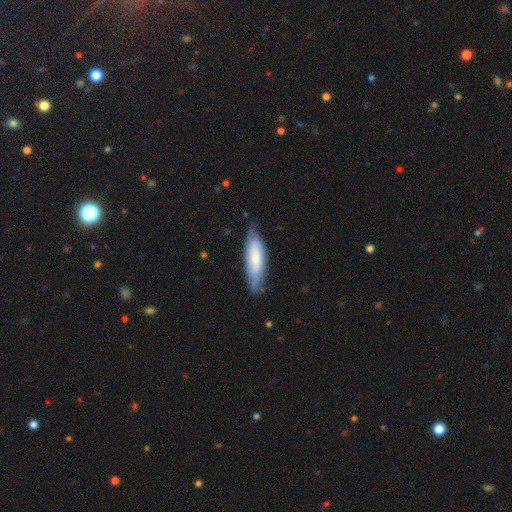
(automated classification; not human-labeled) Q: Smooth or featured?
A: smooth (64%); runner-up: featured or disk (30%)
Q: How rounded?
A: cigar-shaped (59%); runner-up: in between (40%)
Q: Merging?
A: none (76%); runner-up: minor disturbance (19%)